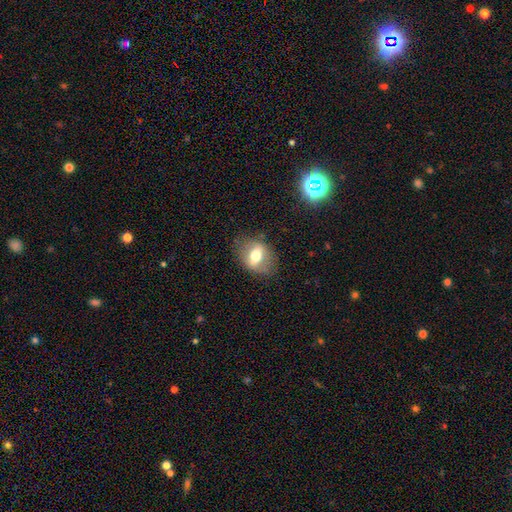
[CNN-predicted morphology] type=smooth (54%); roundness=in between (68%); merging=none (76%).